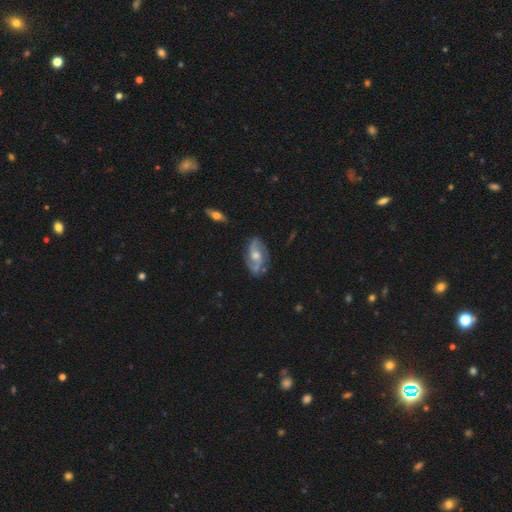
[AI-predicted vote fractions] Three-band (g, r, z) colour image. It shows a featured or disk galaxy (78%) with no bar (56%), 2 (75%) medium (46%) spiral arms (92%) and a moderate central bulge (65%). Merging: none (75%).